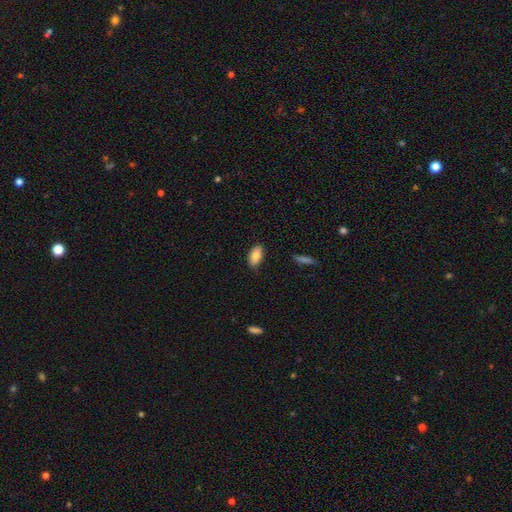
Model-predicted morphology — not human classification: This appears to be a smooth galaxy with no disk features (85%) that is in between round and cigar-shaped (91%). Merging: none (82%).